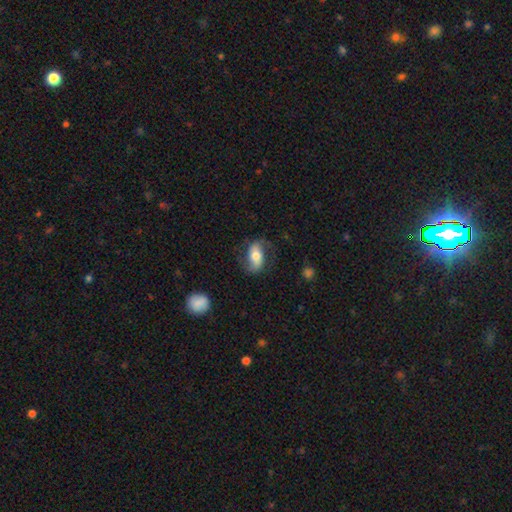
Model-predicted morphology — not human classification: This appears to be a featured or disk galaxy (48%). Merging: none (68%).